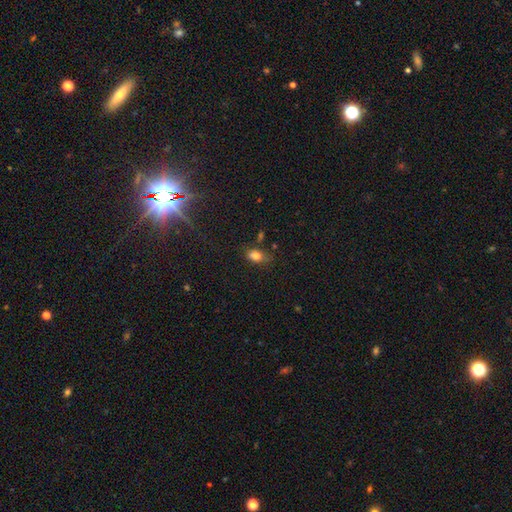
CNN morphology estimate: Overall: smooth (80%). How rounded: in between (82%). Merging: none (65%).